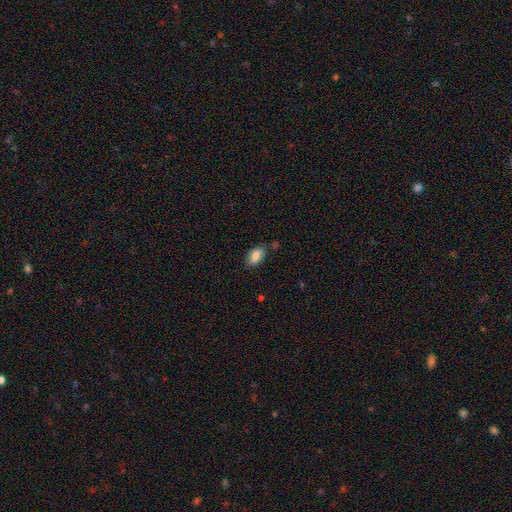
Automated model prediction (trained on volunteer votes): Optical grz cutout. It shows a smooth galaxy with no disk features (85%) that is in between round and cigar-shaped (93%). Merging: none (74%).